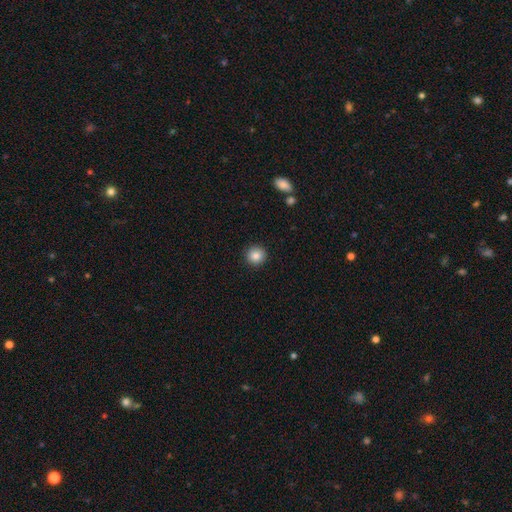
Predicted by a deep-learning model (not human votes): This appears to be a smooth galaxy with no disk features (85%) that is round (94%). Merging: none (92%).